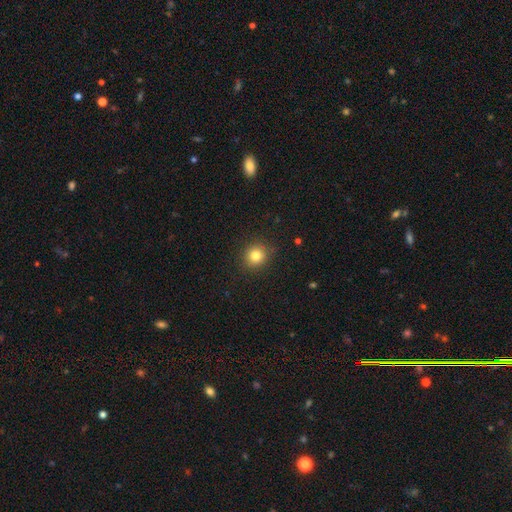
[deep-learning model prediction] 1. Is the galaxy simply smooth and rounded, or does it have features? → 82% smooth, 12% star or artifact, 7% featured or disk.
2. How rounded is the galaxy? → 88% round, 12% in between, 1% cigar-shaped.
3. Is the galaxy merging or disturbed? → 89% none, 7% minor disturbance, 2% major disturbance, 1% merger.